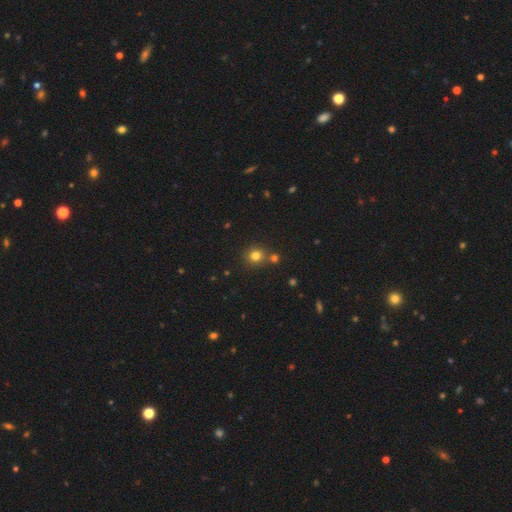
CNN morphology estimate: Smooth or featured? smooth (77%)
How rounded? round (86%)
Merging? none (71%)